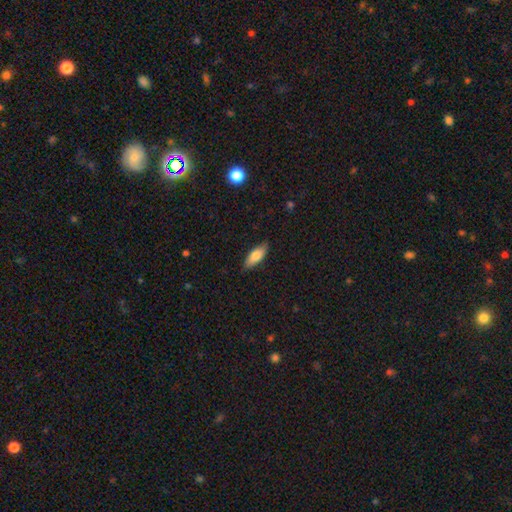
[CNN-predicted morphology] smooth 77%, featured or disk 17%, star or artifact 6%. Down the decision tree: how rounded — in between (74%); merging — none (83%).